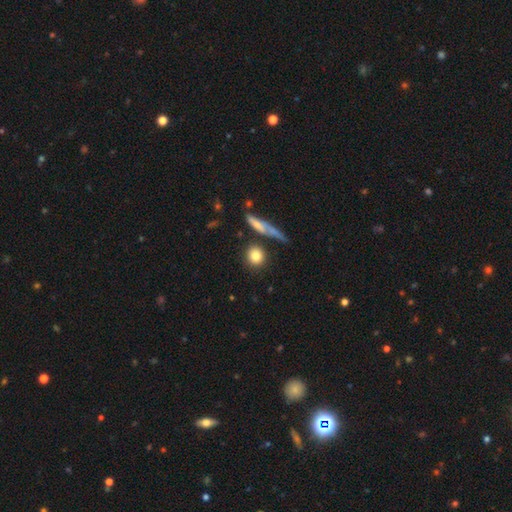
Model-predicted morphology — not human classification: This appears to be a smooth galaxy with no disk features (80%) that is round (86%). Merging: none (76%).